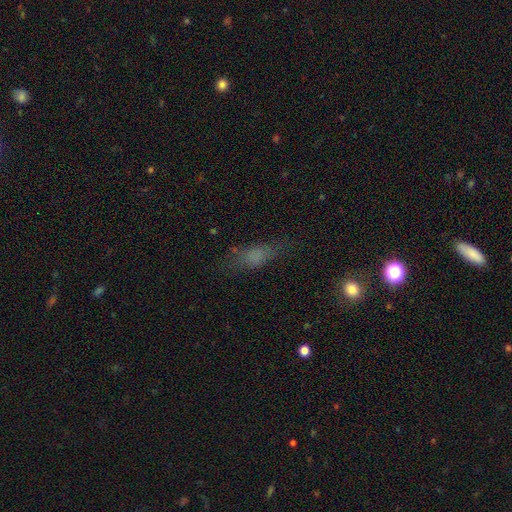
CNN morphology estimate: Smooth or featured? Predicted: smooth (p=0.64). How rounded? Predicted: in between (p=0.57). Merging? Predicted: none (p=0.60).